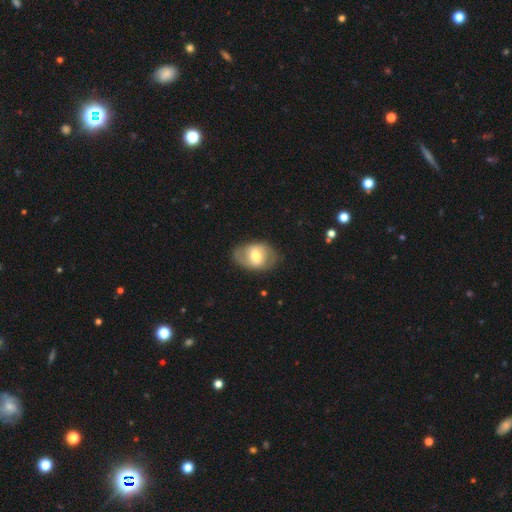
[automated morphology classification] Smooth or featured? featured or disk (52%)
Edge-on disk? no (94%)
Merging? none (76%)